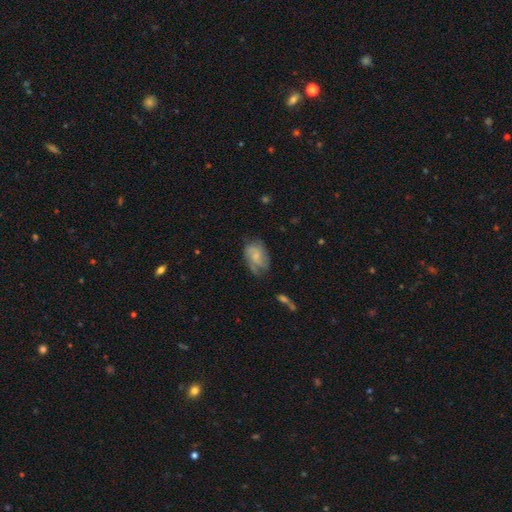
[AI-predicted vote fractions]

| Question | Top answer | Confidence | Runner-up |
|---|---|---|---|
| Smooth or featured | featured or disk | 49% | smooth (44%) |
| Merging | none | 56% | minor disturbance (29%) |